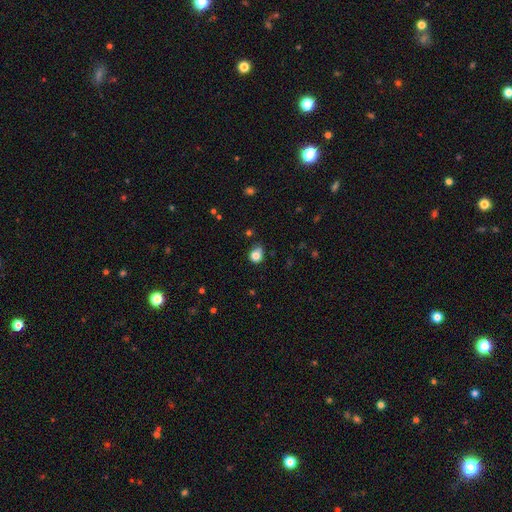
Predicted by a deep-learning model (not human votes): Overall: smooth (83%). How rounded: round (66%; in between 33%). Merging: none (56%; minor disturbance 32%).